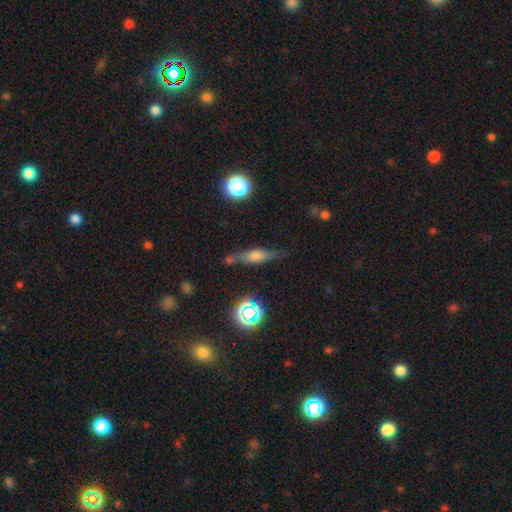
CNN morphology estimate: Smooth or featured? featured or disk (49%)
Merging? none (70%)